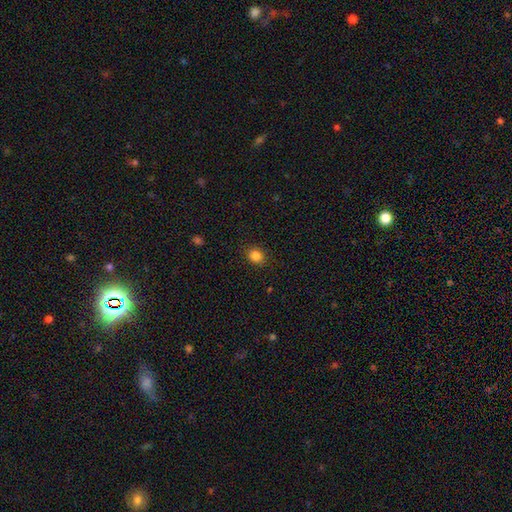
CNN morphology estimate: A smooth galaxy with no disk features (84%) that is round (72%). Merging: none (89%).